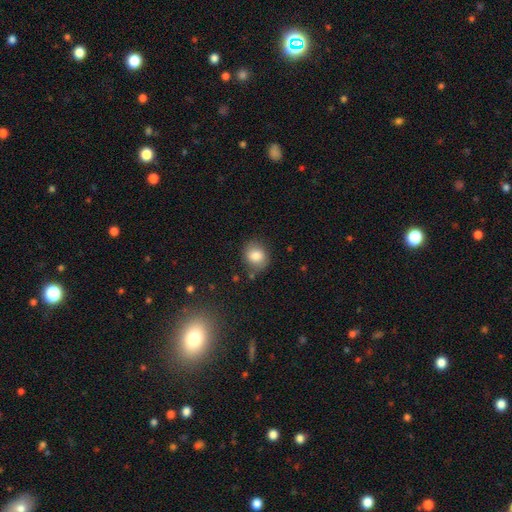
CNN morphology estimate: A smooth galaxy with no disk features (82%) that is round (69%). Merging: none (78%).